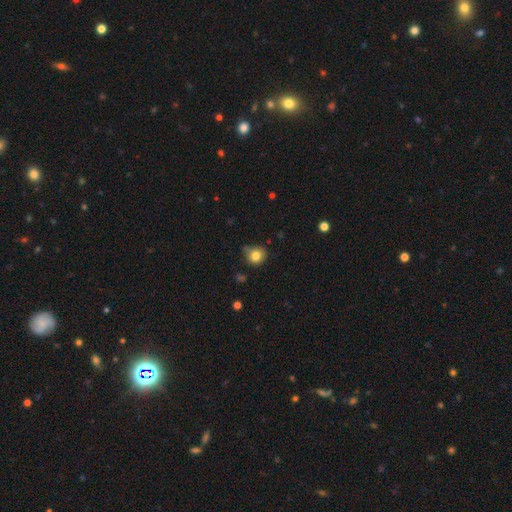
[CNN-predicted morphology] smooth 81%, star or artifact 11%, featured or disk 8%. Down the decision tree: how rounded — round (76%); merging — none (58%).